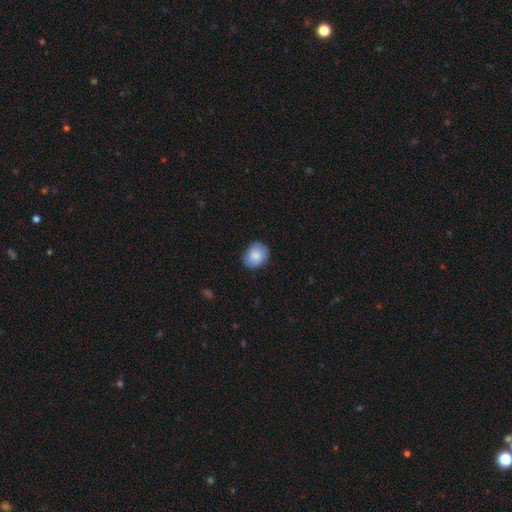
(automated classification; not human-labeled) A smooth galaxy with no disk features (82%) that is round (59%). Merging: none (79%).